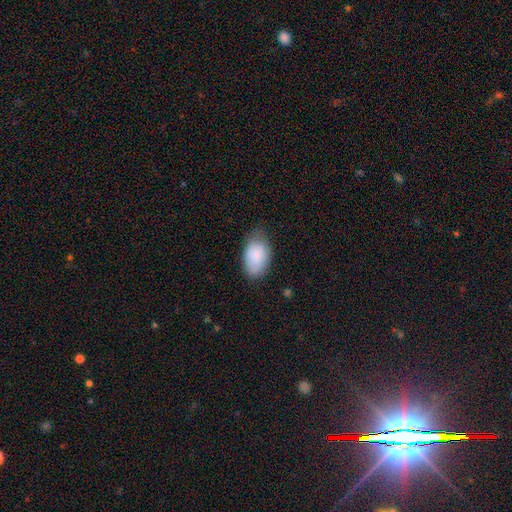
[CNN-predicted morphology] Smooth or featured?
  - smooth: 82% *
  - featured or disk: 11%
  - star or artifact: 6%
How rounded?
  - in between: 91% *
  - round: 8%
  - cigar-shaped: 1%
Merging?
  - none: 68% *
  - minor disturbance: 26%
  - major disturbance: 5%
  - merger: 1%